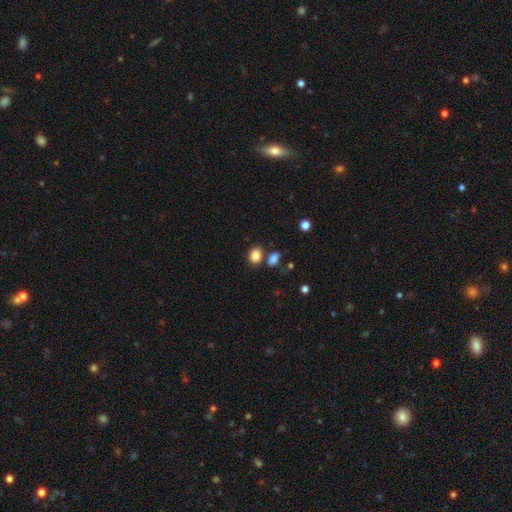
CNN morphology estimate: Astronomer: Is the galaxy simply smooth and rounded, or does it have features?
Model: smooth — 86%.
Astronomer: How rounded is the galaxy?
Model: in between — 59% (runner-up: round, 40%).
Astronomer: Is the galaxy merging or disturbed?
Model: none — 65%.